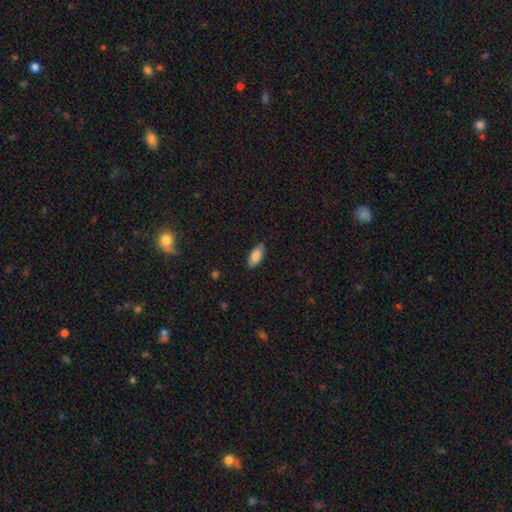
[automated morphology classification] type=smooth (85%); roundness=in between (89%); merging=none (86%).